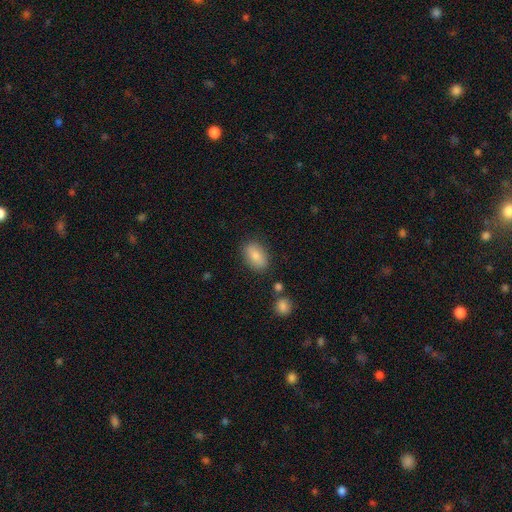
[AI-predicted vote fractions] Smooth or featured: smooth — 82% (featured or disk — 11%)
How rounded: in between — 88% (round — 10%)
Merging: none — 83% (minor disturbance — 11%)